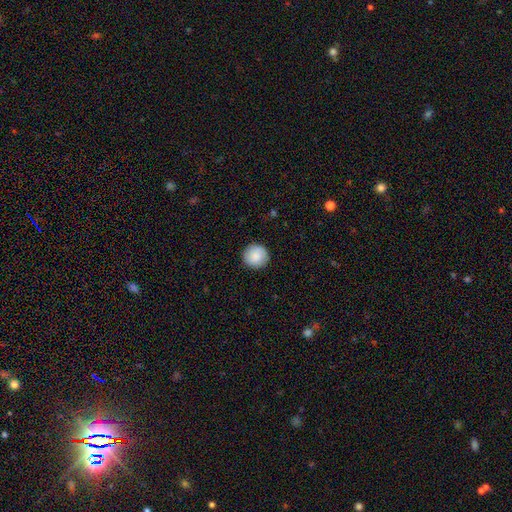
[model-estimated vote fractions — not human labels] This appears to be a smooth galaxy with no disk features (86%) that is round (95%). Merging: none (91%).